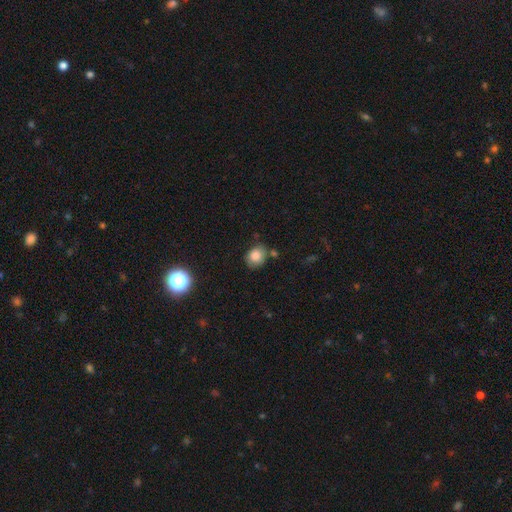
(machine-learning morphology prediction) A smooth galaxy with no disk features (82%) that is round (66%).

Vote fractions:
- Smooth or featured? smooth: 82% / star or artifact: 10% / featured or disk: 8%
- How rounded? round: 66% / in between: 33% / cigar-shaped: 1%
- Merging? none: 67% / minor disturbance: 21% / merger: 7% / major disturbance: 5%